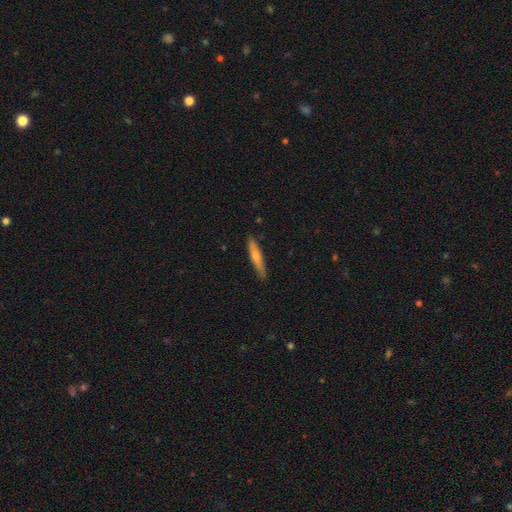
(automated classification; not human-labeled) smooth 50%, featured or disk 44%, star or artifact 6%. Down the decision tree: how rounded — cigar-shaped (93%); merging — none (89%).